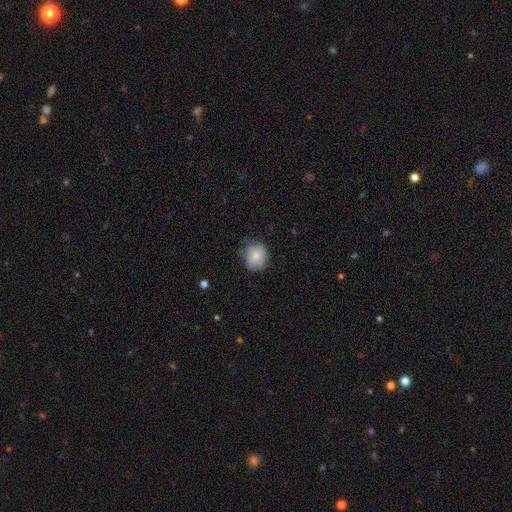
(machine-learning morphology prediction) Smooth or featured? smooth (76%)
How rounded? round (68%)
Merging? none (60%)